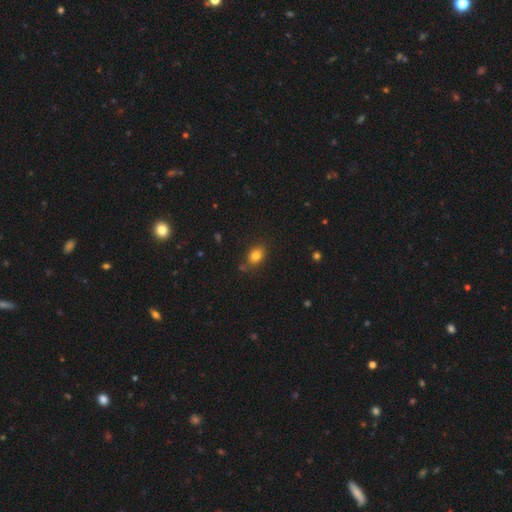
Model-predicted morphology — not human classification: Q: Smooth or featured?
A: smooth (80%); runner-up: star or artifact (12%)
Q: How rounded?
A: in between (64%); runner-up: round (35%)
Q: Merging?
A: none (77%); runner-up: minor disturbance (14%)